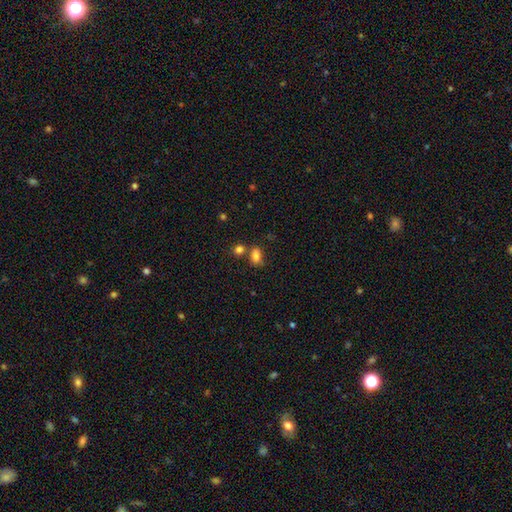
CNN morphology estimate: Smooth or featured: smooth — 82% (star or artifact — 11%)
How rounded: in between — 82% (round — 16%)
Merging: none — 58% (merger — 21%)